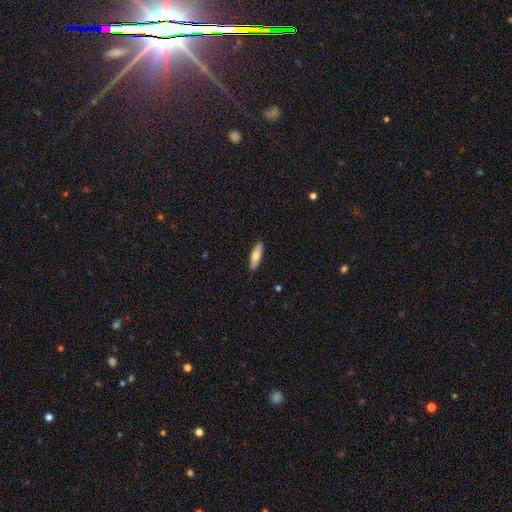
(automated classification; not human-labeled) This is likely a smooth galaxy (68%). How rounded: possibly cigar-shaped (53%). Merging: clearly none (86%).